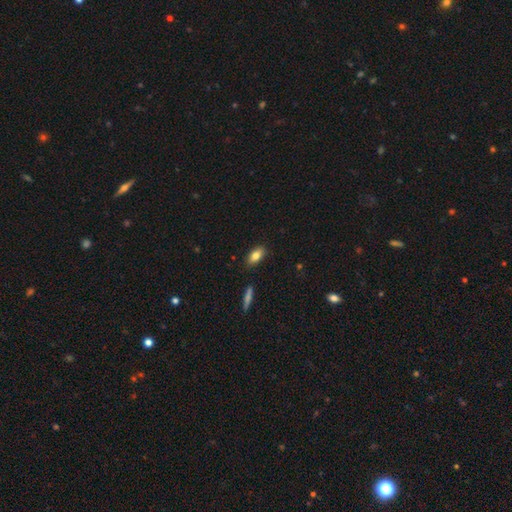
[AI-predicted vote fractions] This is clearly a smooth galaxy (81%). How rounded: clearly in between (87%). Merging: clearly none (86%).